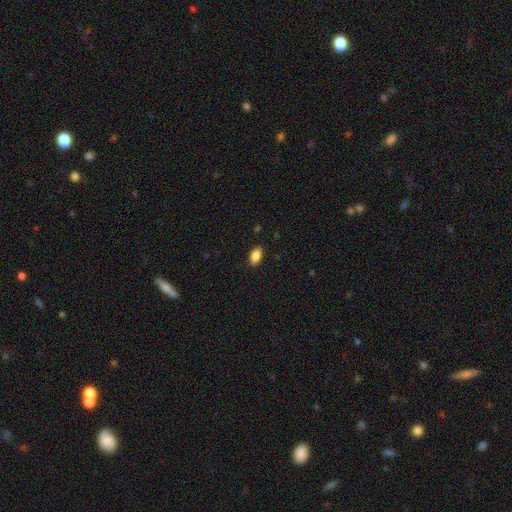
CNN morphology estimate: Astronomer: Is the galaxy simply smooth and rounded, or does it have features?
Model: smooth — 87%.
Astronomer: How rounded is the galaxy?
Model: in between — 91%.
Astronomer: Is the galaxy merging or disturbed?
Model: none — 87%.